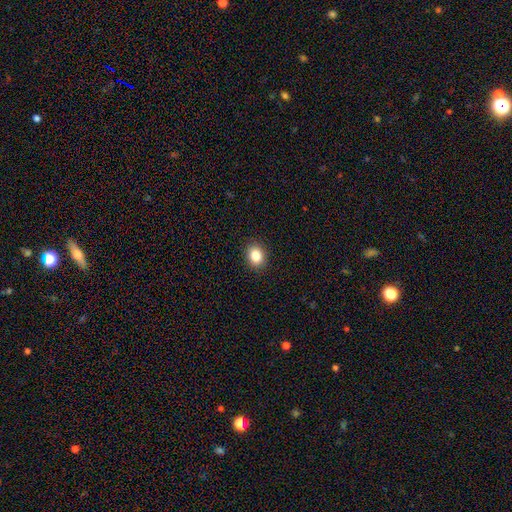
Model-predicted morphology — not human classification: Smooth or featured? Predicted: smooth (p=0.84). How rounded? Predicted: round (p=0.54). Merging? Predicted: none (p=0.91).